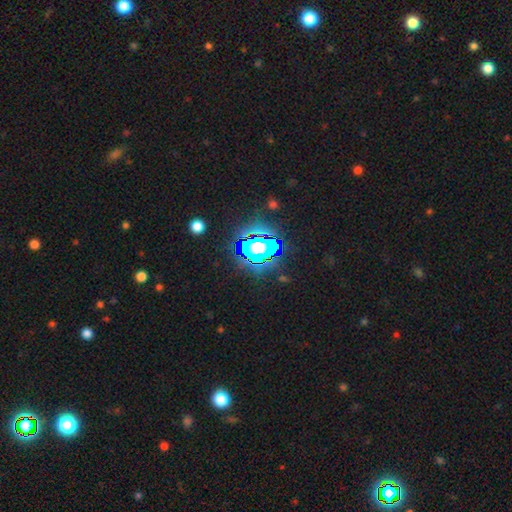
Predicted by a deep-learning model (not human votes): Smooth or featured?
  - star or artifact: 77% *
  - smooth: 13%
  - featured or disk: 9%